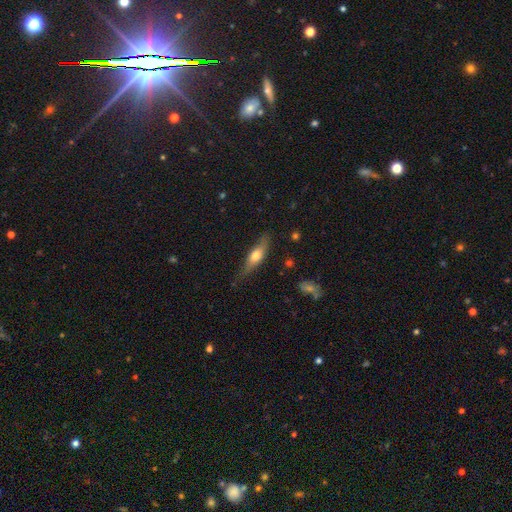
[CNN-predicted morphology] The model was most divided on "smooth or featured": smooth: 50%, featured or disk: 43%, star or artifact: 6%. More confident: merging — none (72%); how rounded — cigar-shaped (58%).